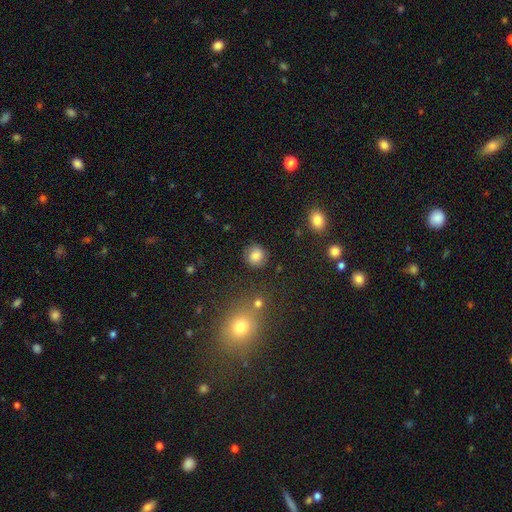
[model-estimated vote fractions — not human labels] smooth-or-featured: smooth: 77% | featured or disk: 12% | star or artifact: 11%
  how-rounded: round: 87% | in between: 12% | cigar-shaped: 1%
  merging: none: 84% | minor disturbance: 10% | major disturbance: 3% | merger: 2%